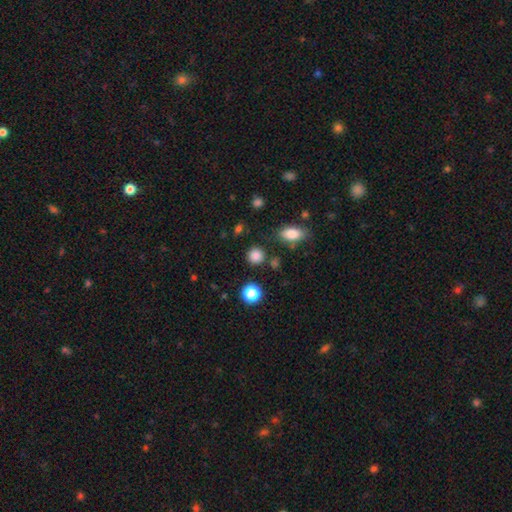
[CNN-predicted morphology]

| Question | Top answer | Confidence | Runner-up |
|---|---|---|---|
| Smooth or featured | smooth | 83% | star or artifact (13%) |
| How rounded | round | 90% | in between (9%) |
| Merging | none | 84% | minor disturbance (9%) |